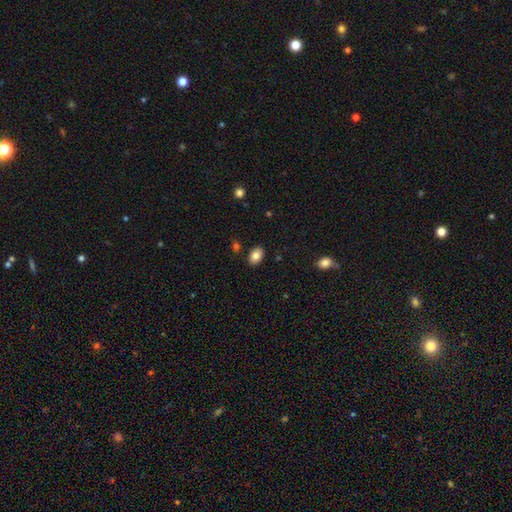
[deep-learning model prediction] Morphology: type=smooth (84%); roundness=in between (86%); merging=none (87%).